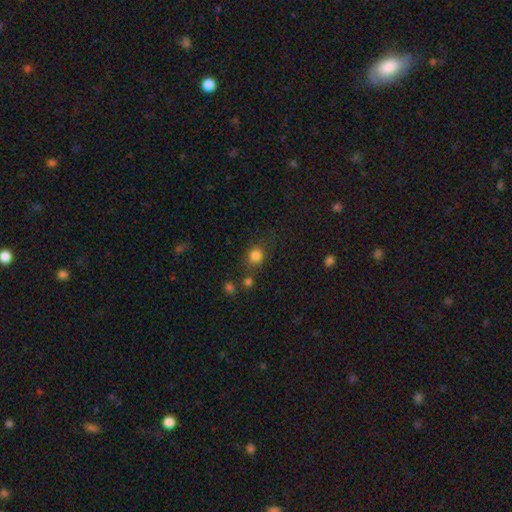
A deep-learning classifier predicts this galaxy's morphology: smooth_or_featured: smooth (p=0.82) [alt: star or artifact p=0.12]
how_rounded: round (p=0.80) [alt: in between p=0.19]
merging: none (p=0.72) [alt: minor disturbance p=0.14]